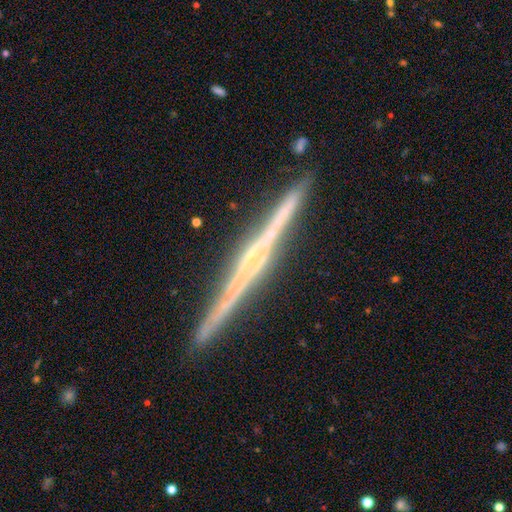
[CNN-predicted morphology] This appears to be a featured or disk galaxy (85%) viewed edge-on (99%) with no central bulge (43%). Merging: none (91%).